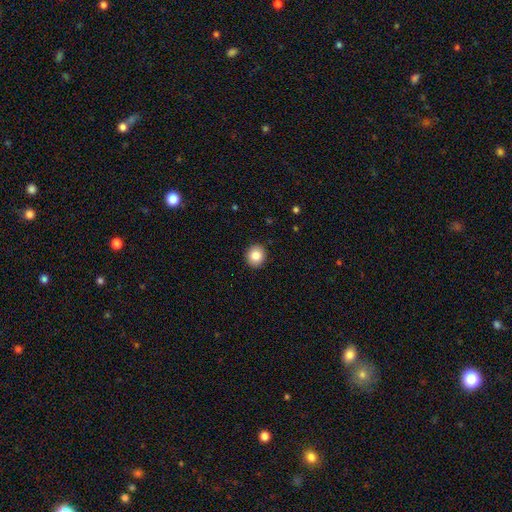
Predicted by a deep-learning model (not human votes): Morphology: type=smooth (85%); roundness=round (86%); merging=none (92%).